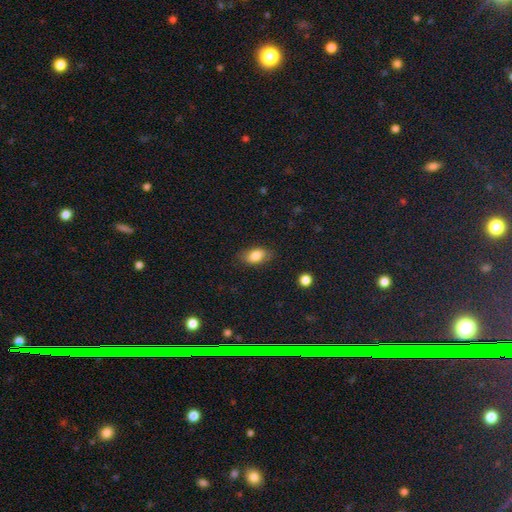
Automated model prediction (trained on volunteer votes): Morphology: type=smooth (83%); roundness=in between (90%); merging=none (82%).